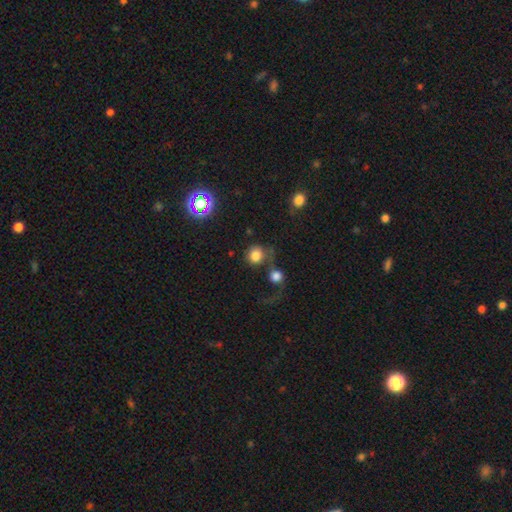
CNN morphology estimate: Smooth or featured: smooth — 78% (star or artifact — 12%)
How rounded: round — 84% (in between — 15%)
Merging: none — 48% (merger — 27%)